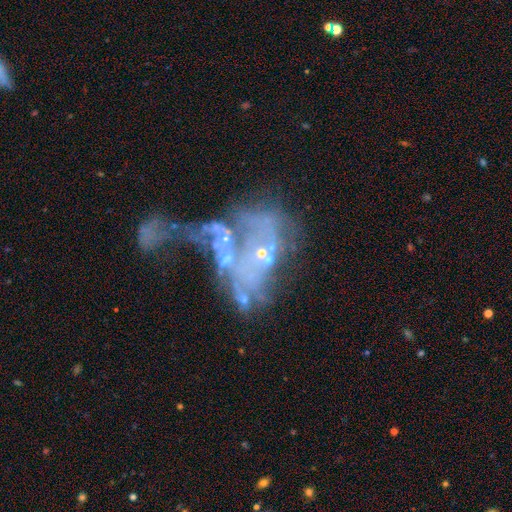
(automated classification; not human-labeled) This is likely a featured or disk galaxy (71%). It is clearly not viewed edge-on (97%). Bar: clearly no (82%). Spiral arm pattern: likely no (61%). Central bulge: marginally small (43%). Merging: marginally merger (44%).